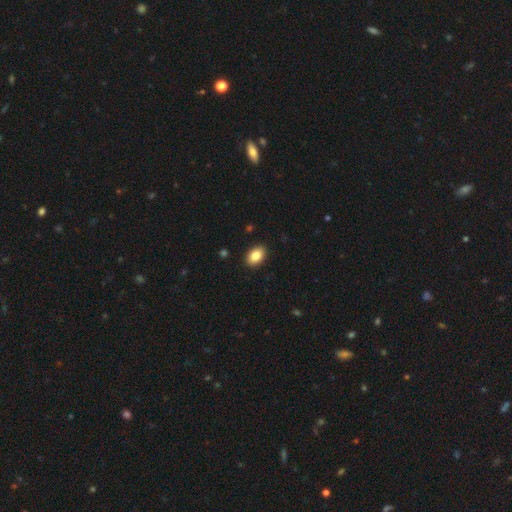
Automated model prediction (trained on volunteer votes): smooth-or-featured: smooth: 87% | star or artifact: 8% | featured or disk: 6%
  how-rounded: in between: 87% | round: 12% | cigar-shaped: 1%
  merging: none: 90% | minor disturbance: 7% | major disturbance: 2% | merger: 1%